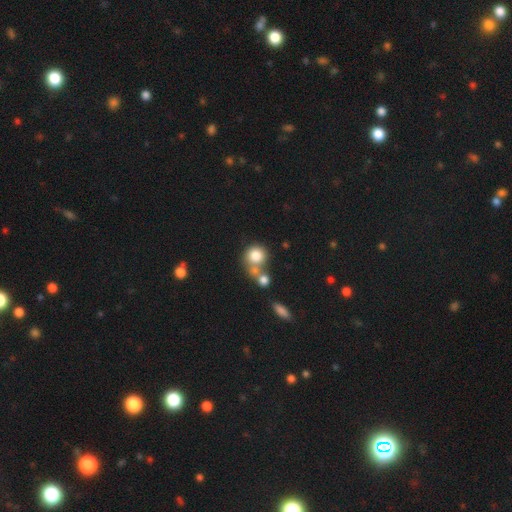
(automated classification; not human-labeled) smooth_or_featured: smooth (p=0.79) [alt: featured or disk p=0.11]
how_rounded: round (p=0.85) [alt: in between p=0.14]
merging: none (p=0.45) [alt: merger p=0.40]